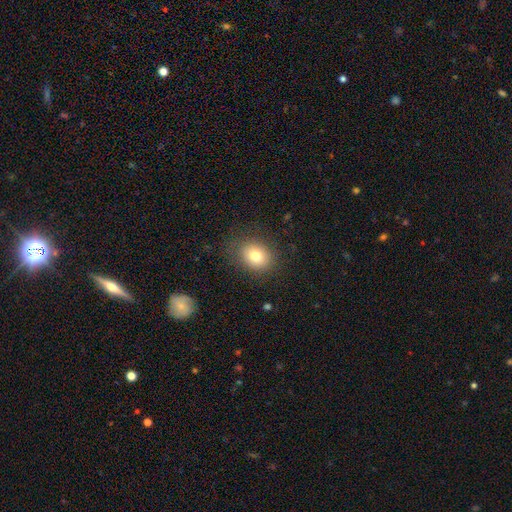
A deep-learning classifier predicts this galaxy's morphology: type=smooth (78%); roundness=round (54%); merging=none (82%).